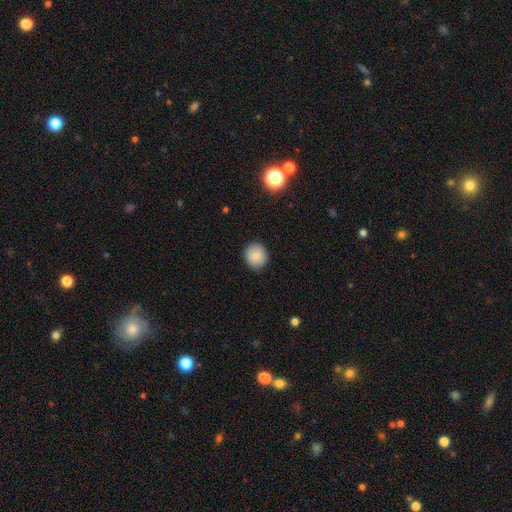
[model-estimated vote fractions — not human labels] A smooth galaxy with no disk features (87%) that is round (83%). Merging: none (88%).